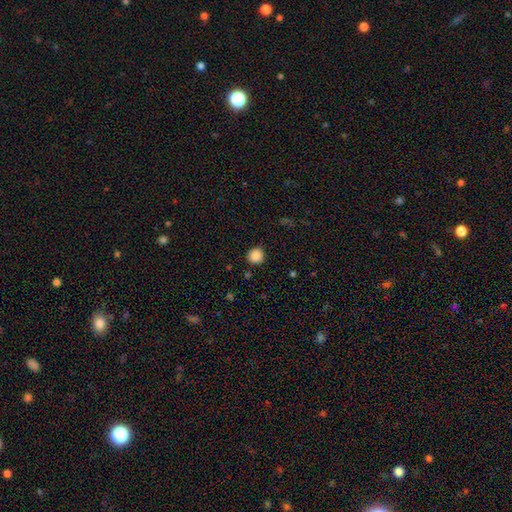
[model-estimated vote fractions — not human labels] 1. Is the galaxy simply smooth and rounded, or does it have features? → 87% smooth, 10% star or artifact, 3% featured or disk.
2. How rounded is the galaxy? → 93% round, 6% in between, 1% cigar-shaped.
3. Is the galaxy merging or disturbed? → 91% none, 6% minor disturbance, 2% major disturbance, 1% merger.